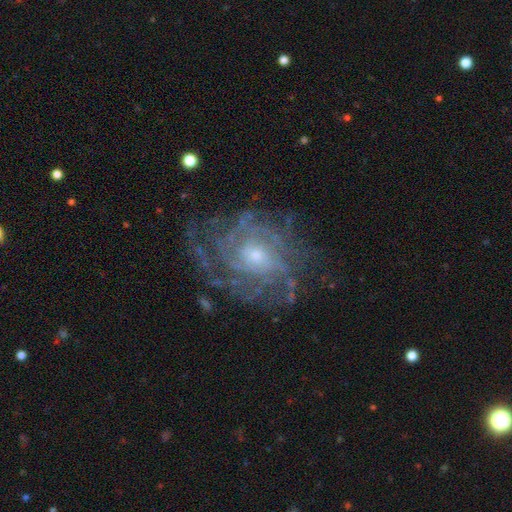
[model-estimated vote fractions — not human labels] A featured or disk galaxy (85%) with no bar (74%), tight (61%) spiral arms (93%) and a small central bulge (72%). Merging: none (69%).